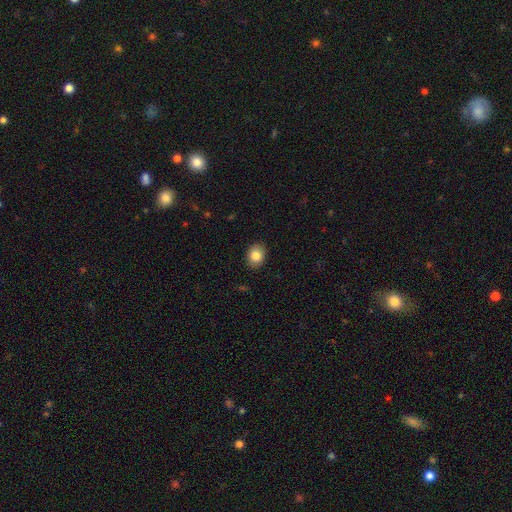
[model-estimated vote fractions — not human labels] The model was most divided on "how rounded": in between: 54%, round: 45%, cigar-shaped: 1%. More confident: merging — none (90%); smooth or featured — smooth (84%).